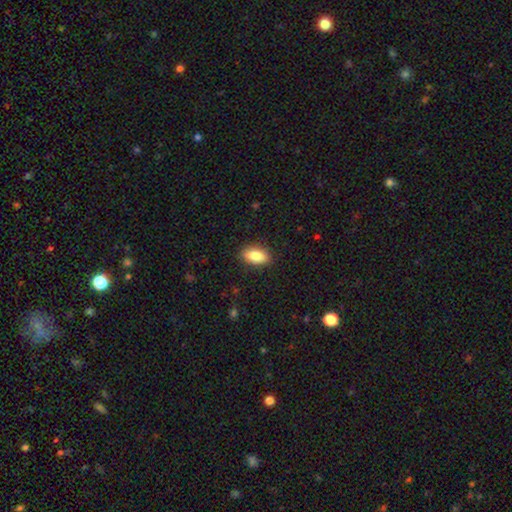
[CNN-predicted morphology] type=smooth (86%); roundness=in between (89%); merging=none (87%).